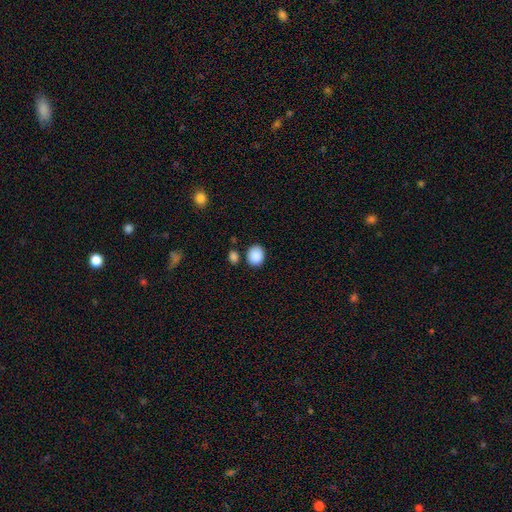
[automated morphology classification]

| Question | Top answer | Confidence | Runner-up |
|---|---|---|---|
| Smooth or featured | smooth | 89% | star or artifact (8%) |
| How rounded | round | 66% | in between (33%) |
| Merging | none | 80% | minor disturbance (10%) |